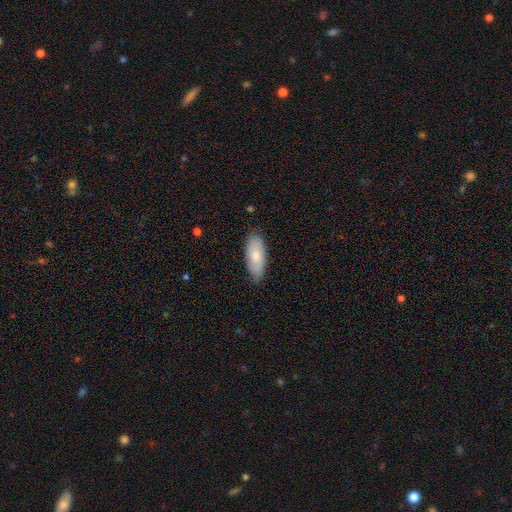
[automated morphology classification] smooth 76%, featured or disk 19%, star or artifact 6%. Down the decision tree: how rounded — in between (83%); merging — none (82%).